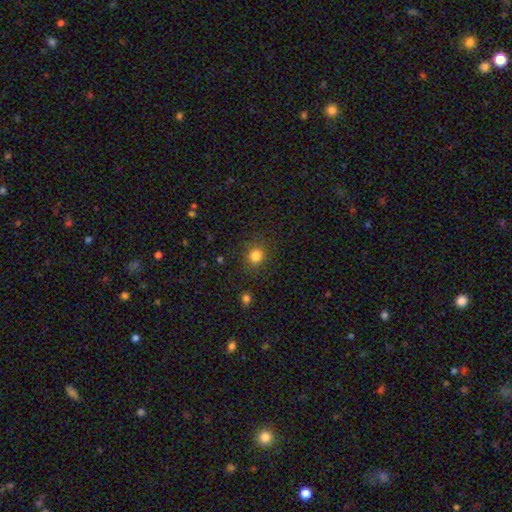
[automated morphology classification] The model was most divided on "how rounded": round: 82%, in between: 17%, cigar-shaped: 1%. More confident: merging — none (86%); smooth or featured — smooth (83%).